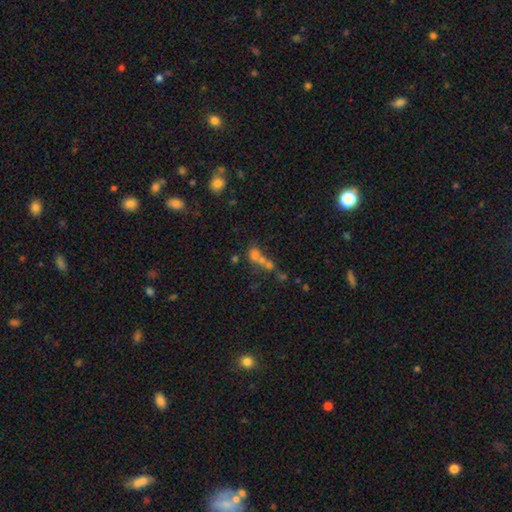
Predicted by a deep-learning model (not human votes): The model was most divided on "merging": merger: 55%, none: 31%, minor disturbance: 7%, major disturbance: 6%. More confident: how rounded — round (66%); smooth or featured — smooth (52%).